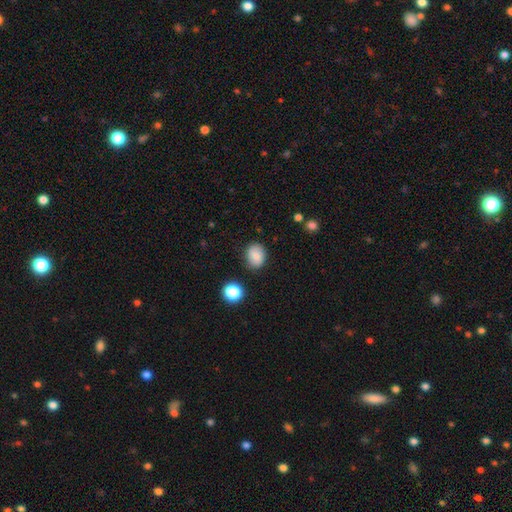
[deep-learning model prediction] Overall: smooth (80%). How rounded: round (52%; in between 47%). Merging: none (82%).